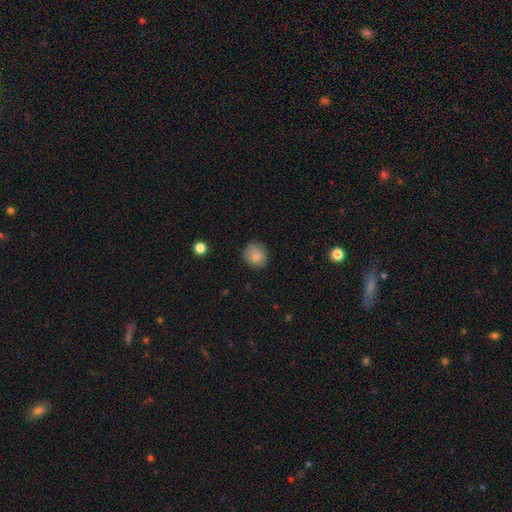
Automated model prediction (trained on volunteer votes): smooth_or_featured: smooth (p=0.80) [alt: featured or disk p=0.12]
how_rounded: round (p=0.76) [alt: in between p=0.23]
merging: none (p=0.81) [alt: minor disturbance p=0.15]